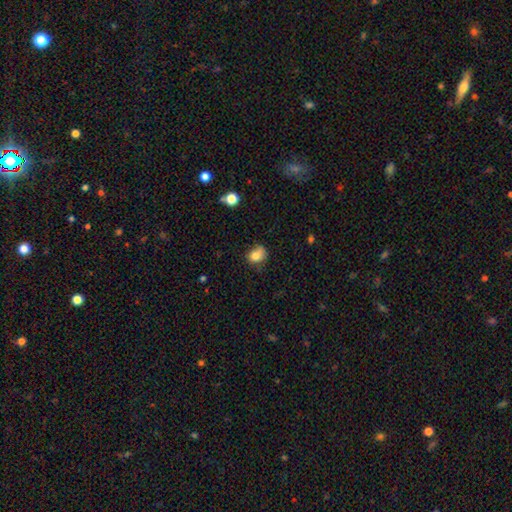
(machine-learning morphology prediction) A smooth galaxy with no disk features (78%) that is round (54%). Merging: none (47%).